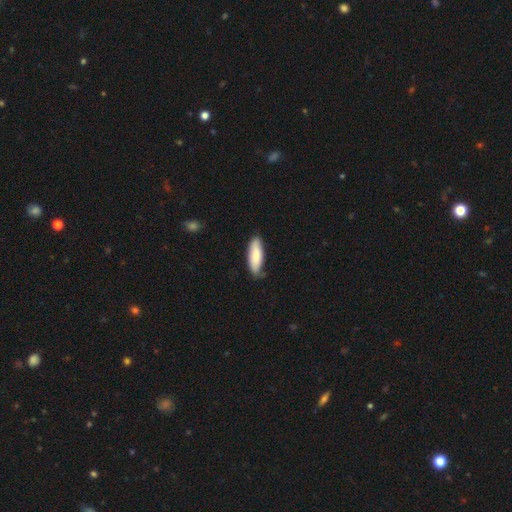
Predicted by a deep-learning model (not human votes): This is clearly a smooth galaxy (85%). How rounded: likely in between (62%). Merging: likely none (72%).